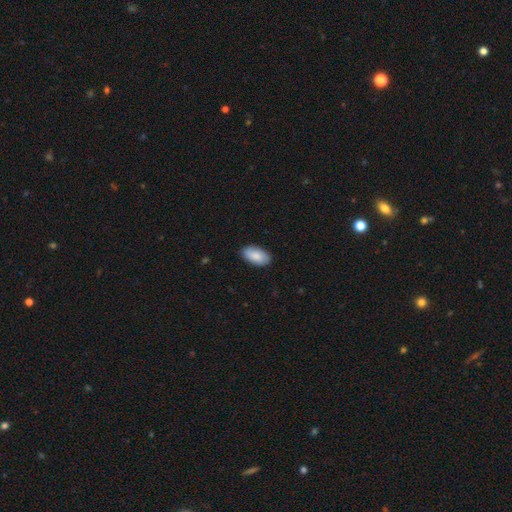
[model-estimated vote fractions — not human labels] A smooth galaxy with no disk features (87%) that is in between round and cigar-shaped (95%).

Vote fractions:
- Smooth or featured? smooth: 87% / featured or disk: 7% / star or artifact: 6%
- How rounded? in between: 95% / round: 3% / cigar-shaped: 2%
- Merging? none: 87% / minor disturbance: 10% / major disturbance: 2% / merger: 1%